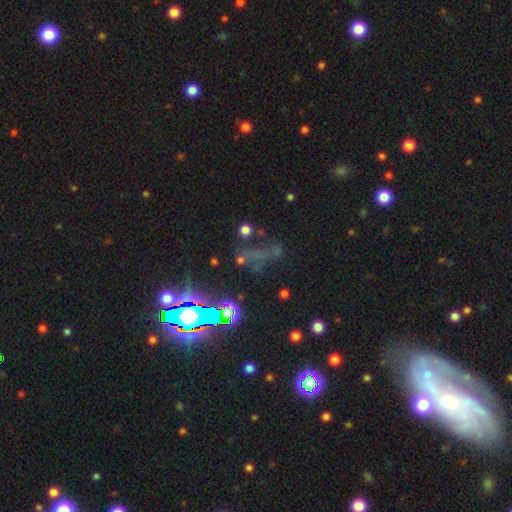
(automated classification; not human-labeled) Q: Smooth or featured?
A: star or artifact (53%); runner-up: smooth (25%)